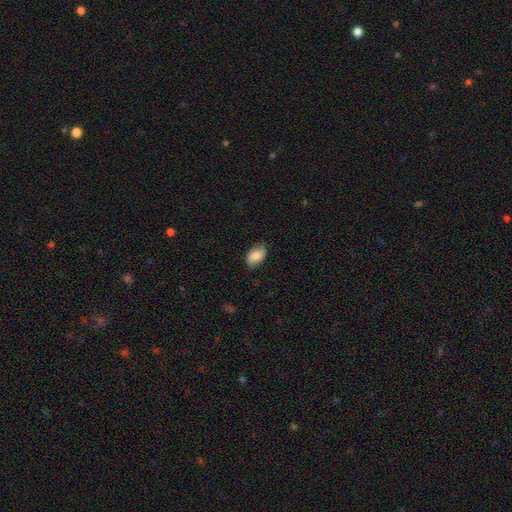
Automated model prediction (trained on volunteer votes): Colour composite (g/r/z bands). It shows a smooth galaxy with no disk features (75%) that is in between round and cigar-shaped (91%). Merging: none (77%).